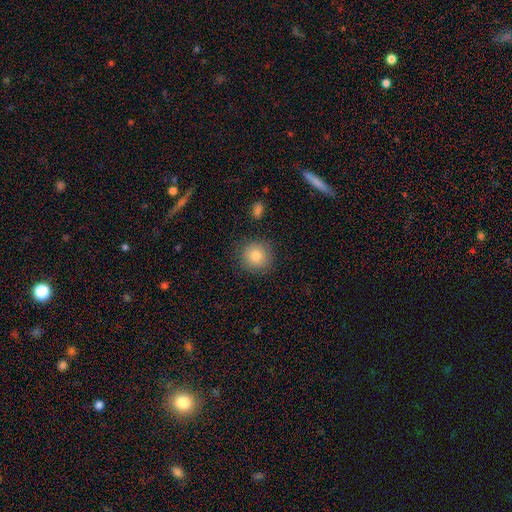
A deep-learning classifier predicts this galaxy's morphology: This is clearly a smooth galaxy (80%). How rounded: clearly round (92%). Merging: clearly none (87%).